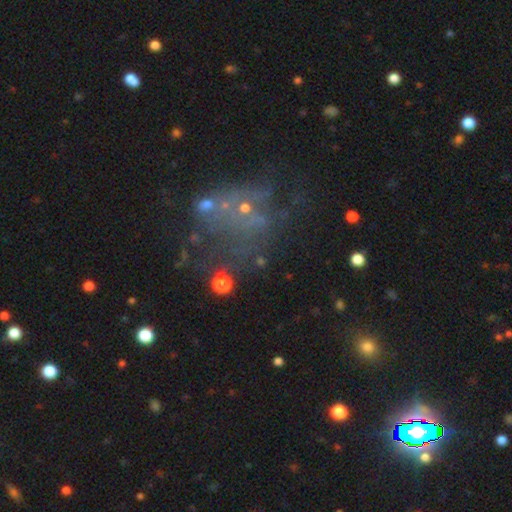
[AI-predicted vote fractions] Overall: featured or disk (39%; star or artifact 34%). Merging: none (40%; major disturbance 32%).